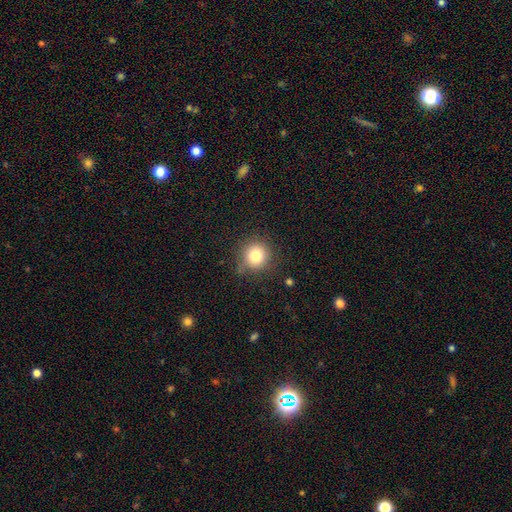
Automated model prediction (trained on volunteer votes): A smooth galaxy with no disk features (80%) that is round (90%). Merging: none (81%).